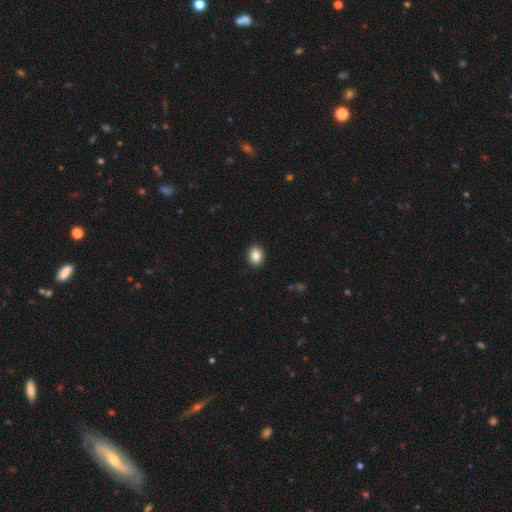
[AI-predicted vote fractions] smooth-or-featured: smooth: 85% | star or artifact: 9% | featured or disk: 6%
  how-rounded: round: 52% | in between: 47% | cigar-shaped: 1%
  merging: none: 91% | minor disturbance: 6% | major disturbance: 2% | merger: 1%